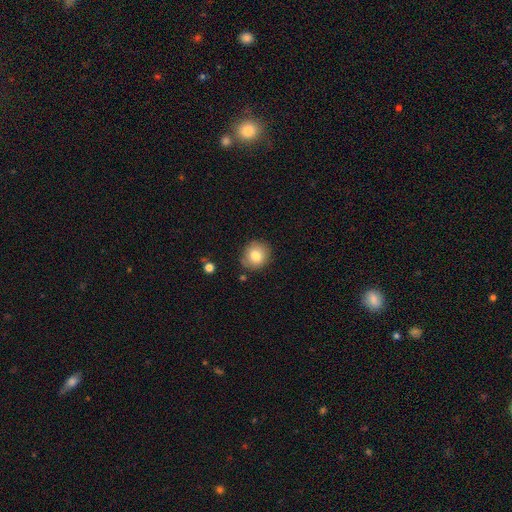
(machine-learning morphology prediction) A smooth galaxy with no disk features (79%) that is round (82%). Merging: none (84%).